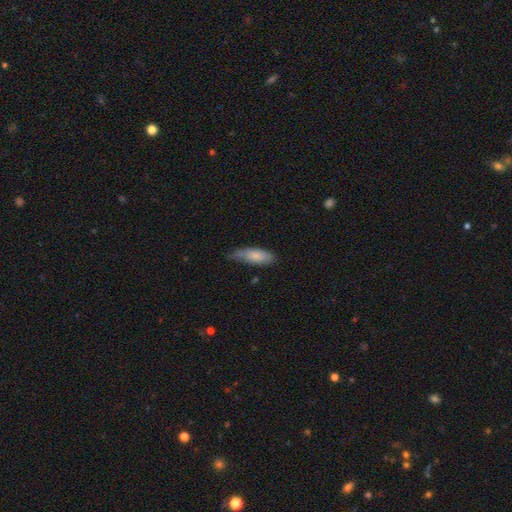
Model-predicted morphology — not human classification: Smooth or featured? Predicted: smooth (p=0.78). How rounded? Predicted: in between (p=0.60). Merging? Predicted: none (p=0.50).